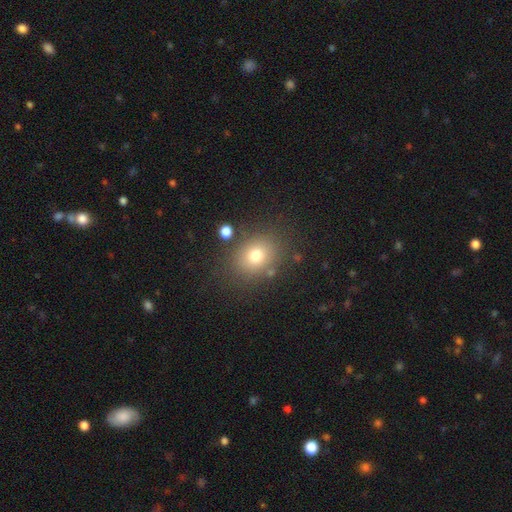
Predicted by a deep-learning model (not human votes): Smooth or featured? Predicted: smooth (p=0.75). How rounded? Predicted: round (p=0.57). Merging? Predicted: none (p=0.80).